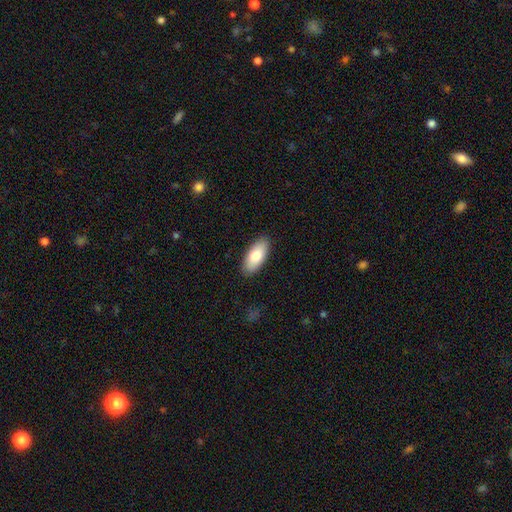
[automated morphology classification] This is clearly a smooth galaxy (81%). How rounded: clearly in between (87%). Merging: clearly none (89%).